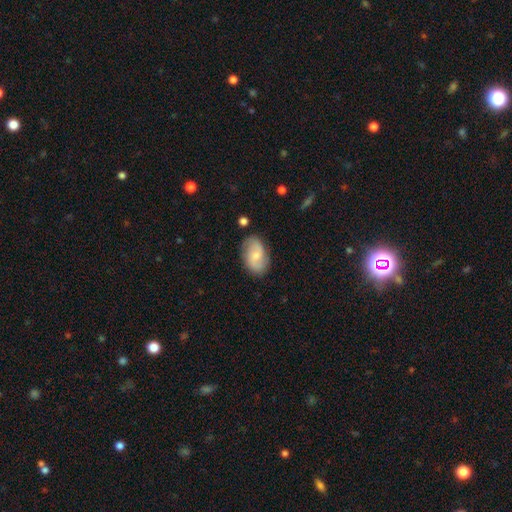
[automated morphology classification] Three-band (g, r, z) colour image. It shows a featured or disk galaxy (55%) with no bar (54%), spiral arms (88%) and a small central bulge (52%). Merging: none (80%).